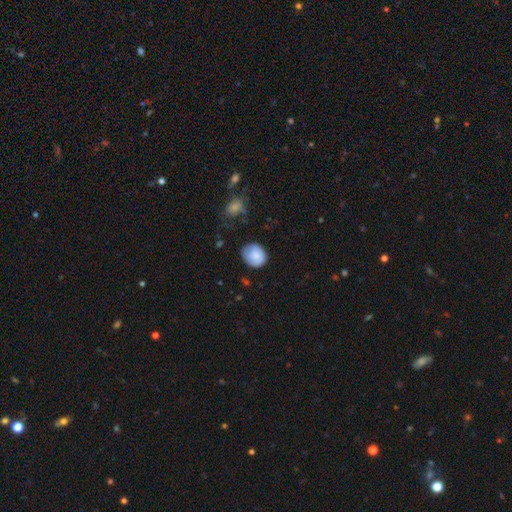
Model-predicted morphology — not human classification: A smooth galaxy with no disk features (82%) that is round (66%). Merging: none (69%).